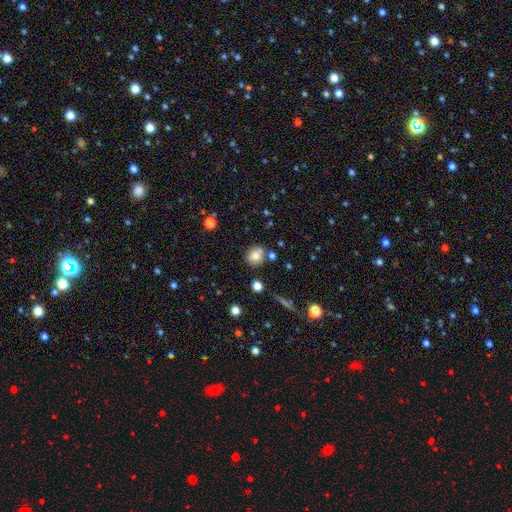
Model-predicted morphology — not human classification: Smooth or featured? smooth (74%)
How rounded? round (87%)
Merging? none (72%)